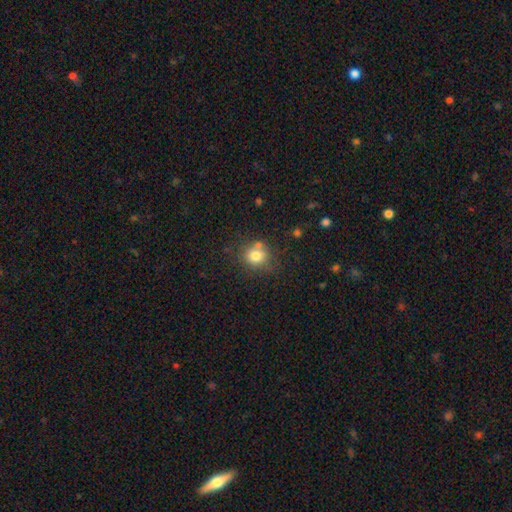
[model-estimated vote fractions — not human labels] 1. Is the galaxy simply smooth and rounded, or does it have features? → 77% smooth, 12% star or artifact, 10% featured or disk.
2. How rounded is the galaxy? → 79% round, 20% in between, 1% cigar-shaped.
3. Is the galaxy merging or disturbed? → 61% none, 18% merger, 15% minor disturbance, 5% major disturbance.